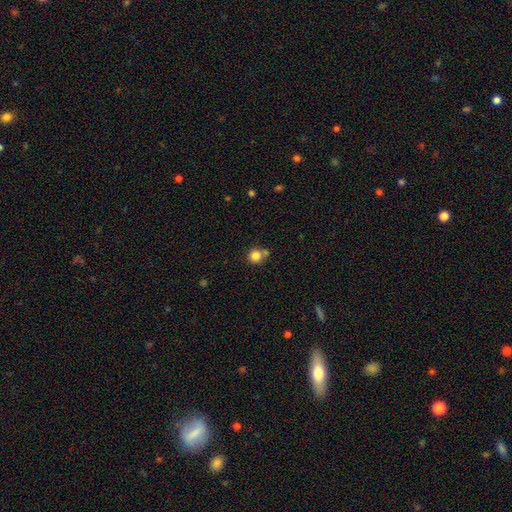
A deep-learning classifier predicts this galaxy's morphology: type=smooth (82%); roundness=round (90%); merging=none (62%).